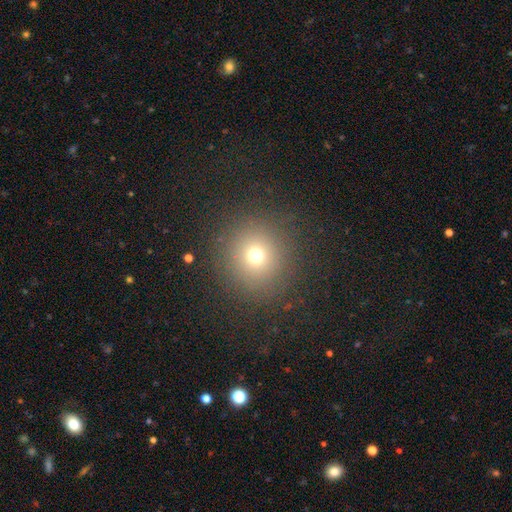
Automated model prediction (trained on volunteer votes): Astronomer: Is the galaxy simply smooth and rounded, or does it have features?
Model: smooth — 70%.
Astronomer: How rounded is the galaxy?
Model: round — 93%.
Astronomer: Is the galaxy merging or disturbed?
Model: none — 88%.